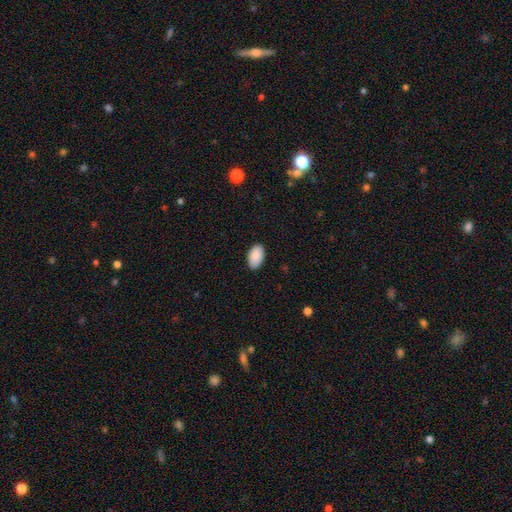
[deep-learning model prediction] The model was most divided on "merging": none: 88%, minor disturbance: 9%, major disturbance: 2%, merger: 1%. More confident: how rounded — in between (94%); smooth or featured — smooth (91%).